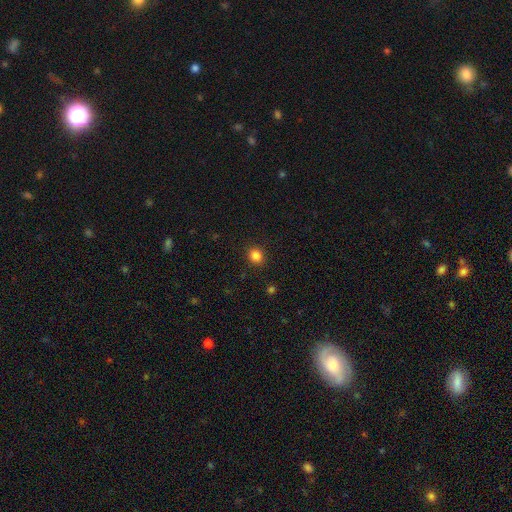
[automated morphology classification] The model was most divided on "how rounded": round: 76%, in between: 23%, cigar-shaped: 1%. More confident: merging — none (91%); smooth or featured — smooth (84%).